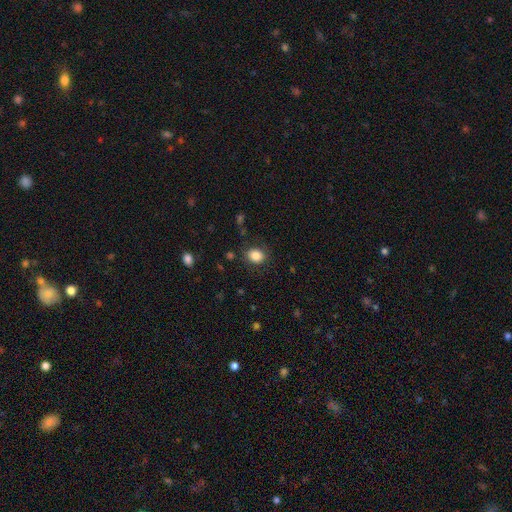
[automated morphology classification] Smooth or featured? Predicted: smooth (p=0.85). How rounded? Predicted: round (p=0.54). Merging? Predicted: none (p=0.84).